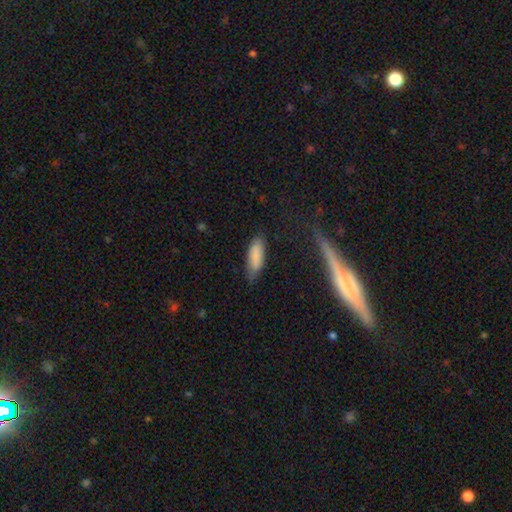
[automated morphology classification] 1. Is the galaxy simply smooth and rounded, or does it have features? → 83% smooth, 10% featured or disk, 7% star or artifact.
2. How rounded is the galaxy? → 68% in between, 30% cigar-shaped, 2% round.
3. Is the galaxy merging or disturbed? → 73% none, 21% minor disturbance, 4% major disturbance, 2% merger.